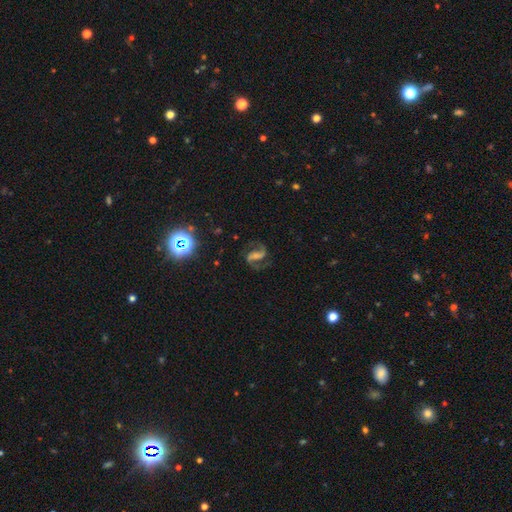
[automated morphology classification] A featured or disk galaxy (87%) with a weak bar (41%), 2 (94%) medium (60%) spiral arms (98%) and a small central bulge (47%). Merging: none (80%).